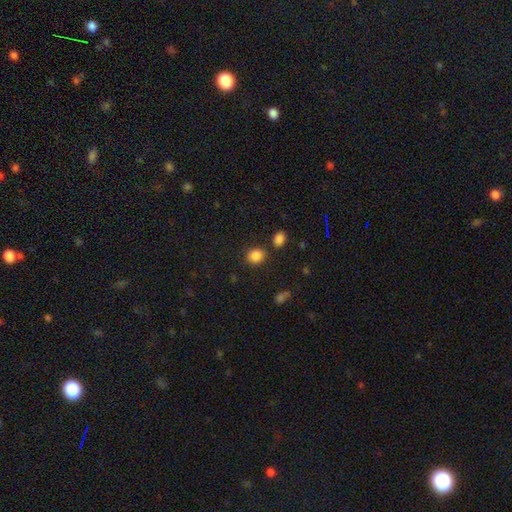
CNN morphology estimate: A smooth galaxy with no disk features (86%) that is round (62%). Merging: none (80%).